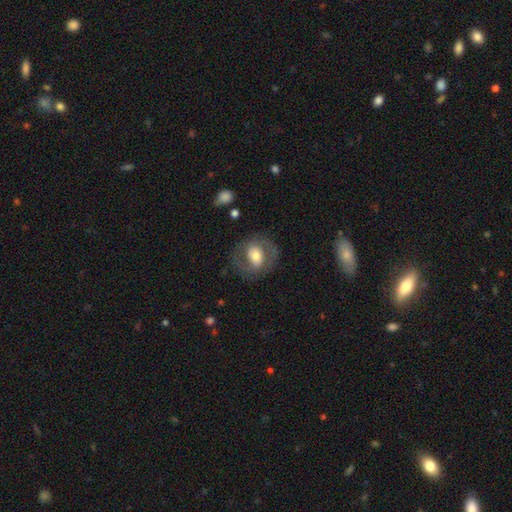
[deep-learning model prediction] Smooth or featured? Predicted: featured or disk (p=0.55). Edge-on disk? Predicted: no (p=0.95). Bar? Predicted: no (p=0.46). Spiral arms? Predicted: yes (p=0.60). Bulge size? Predicted: moderate (p=0.60). Merging? Predicted: none (p=0.73).